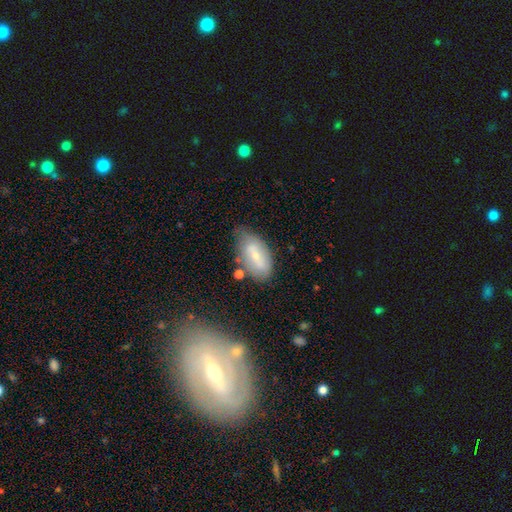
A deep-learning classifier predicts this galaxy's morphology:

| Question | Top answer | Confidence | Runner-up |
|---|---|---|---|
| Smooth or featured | smooth | 49% | featured or disk (43%) |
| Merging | none | 61% | minor disturbance (25%) |